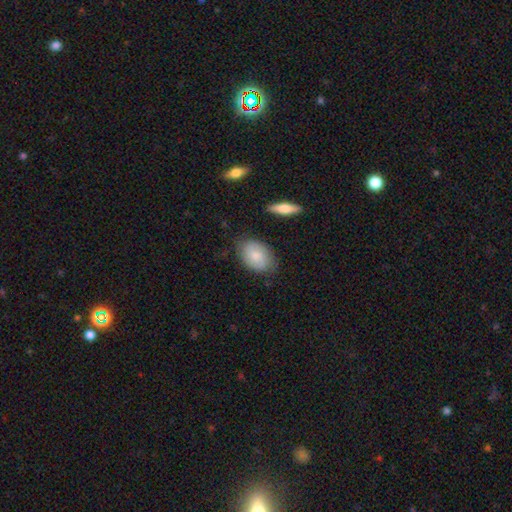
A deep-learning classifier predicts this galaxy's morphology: A smooth galaxy with no disk features (78%) that is in between round and cigar-shaped (86%). Merging: none (76%).